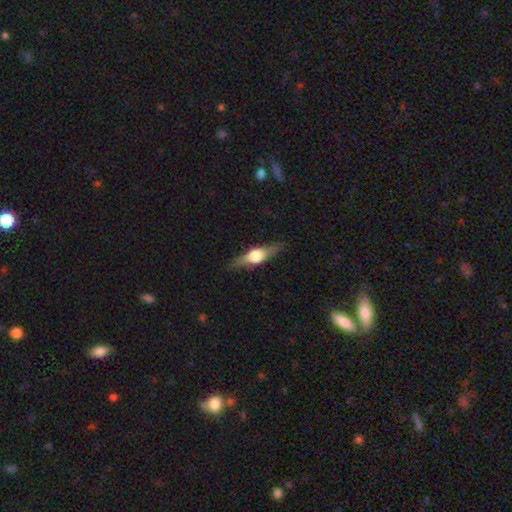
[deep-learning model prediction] smooth_or_featured: featured or disk (p=0.68) [alt: smooth p=0.26]
disk_edge_on: yes (p=0.96) [alt: no p=0.04]
edge_on_bulge: rounded (p=0.93) [alt: boxy p=0.06]
merging: none (p=0.86) [alt: minor disturbance p=0.11]